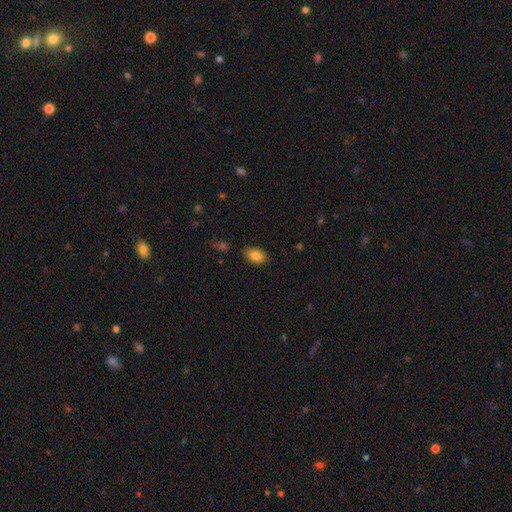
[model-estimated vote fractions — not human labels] Smooth or featured: smooth — 84% (star or artifact — 8%)
How rounded: in between — 90% (round — 9%)
Merging: none — 86% (minor disturbance — 10%)